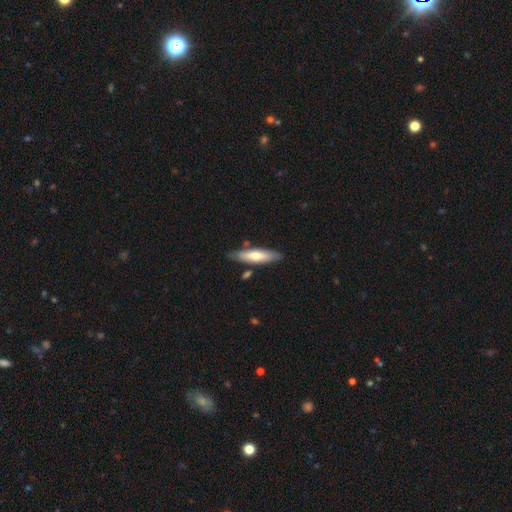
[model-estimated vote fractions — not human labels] A smooth galaxy with no disk features (58%) that is cigar-shaped (69%). Merging: none (80%).